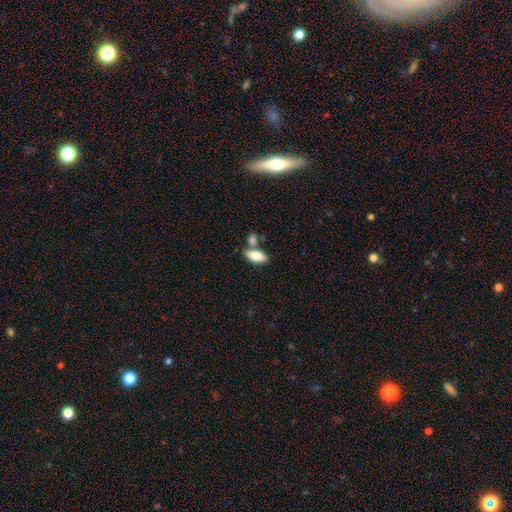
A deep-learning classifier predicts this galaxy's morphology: type=smooth (83%); roundness=in between (88%); merging=none (61%).